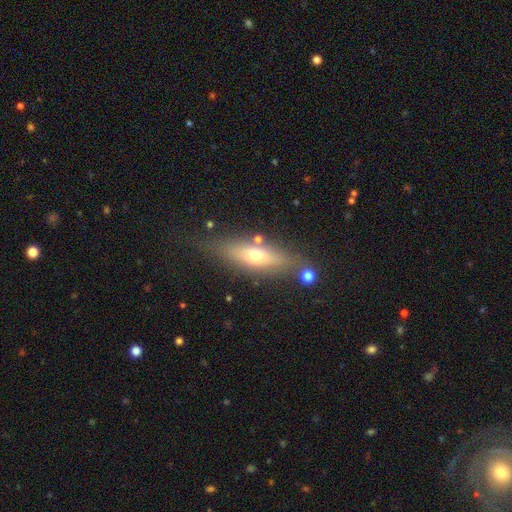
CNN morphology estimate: Smooth or featured?
  - smooth: 51% *
  - featured or disk: 40%
  - star or artifact: 9%
How rounded?
  - cigar-shaped: 52% *
  - in between: 44%
  - round: 4%
Merging?
  - none: 73% *
  - minor disturbance: 15%
  - merger: 7%
  - major disturbance: 6%